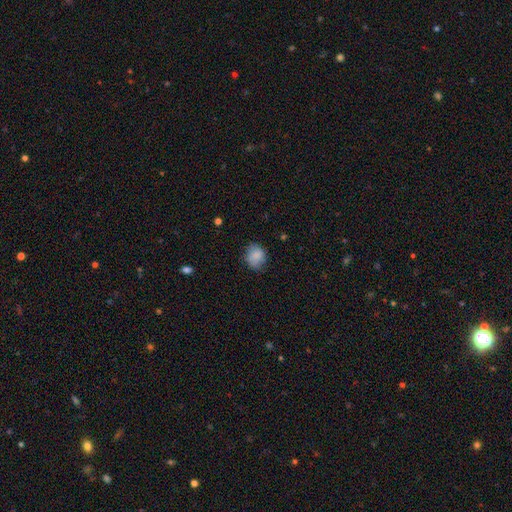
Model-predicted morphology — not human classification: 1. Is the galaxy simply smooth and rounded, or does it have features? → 83% smooth, 9% featured or disk, 8% star or artifact.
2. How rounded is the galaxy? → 62% round, 37% in between, 1% cigar-shaped.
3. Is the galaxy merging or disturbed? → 73% none, 21% minor disturbance, 5% major disturbance, 1% merger.